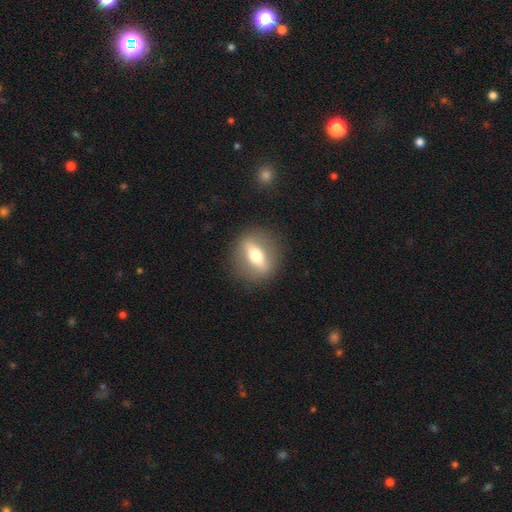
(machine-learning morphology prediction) Smooth or featured?
  - featured or disk: 51% *
  - smooth: 41%
  - star or artifact: 8%
Edge-on disk?
  - yes: 53% *
  - no: 47%
Merging?
  - none: 87% *
  - minor disturbance: 8%
  - major disturbance: 4%
  - merger: 1%